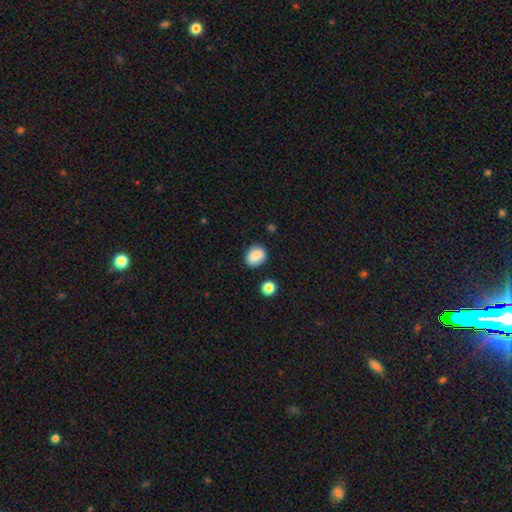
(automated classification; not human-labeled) A smooth galaxy with no disk features (86%) that is round (50%). Merging: none (83%).